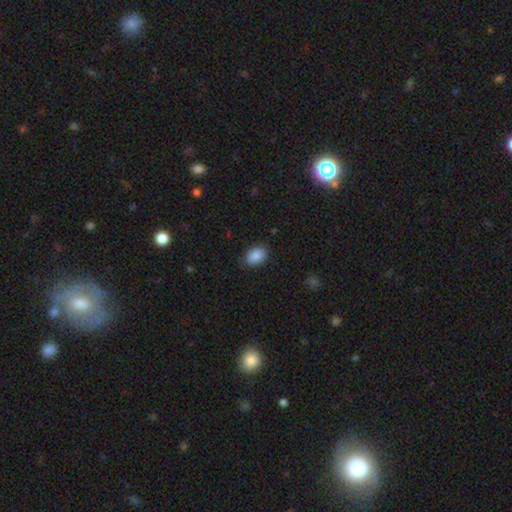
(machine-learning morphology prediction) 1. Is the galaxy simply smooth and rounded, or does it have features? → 89% smooth, 7% star or artifact, 3% featured or disk.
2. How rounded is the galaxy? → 83% in between, 16% round, 1% cigar-shaped.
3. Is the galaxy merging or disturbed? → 84% none, 12% minor disturbance, 3% major disturbance, 1% merger.